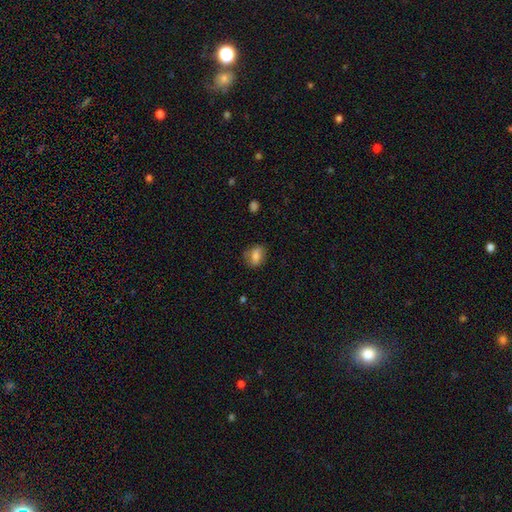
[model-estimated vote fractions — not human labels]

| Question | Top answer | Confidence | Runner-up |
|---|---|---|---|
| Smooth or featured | smooth | 76% | featured or disk (15%) |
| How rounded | in between | 70% | round (27%) |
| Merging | none | 73% | minor disturbance (20%) |